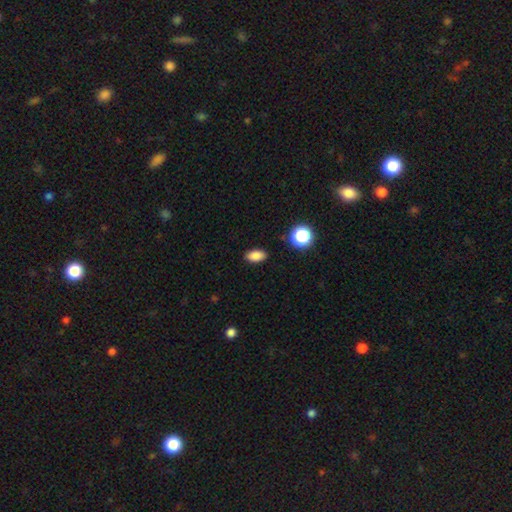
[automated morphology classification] smooth 85%, star or artifact 10%, featured or disk 5%. Down the decision tree: how rounded — in between (89%); merging — none (88%).